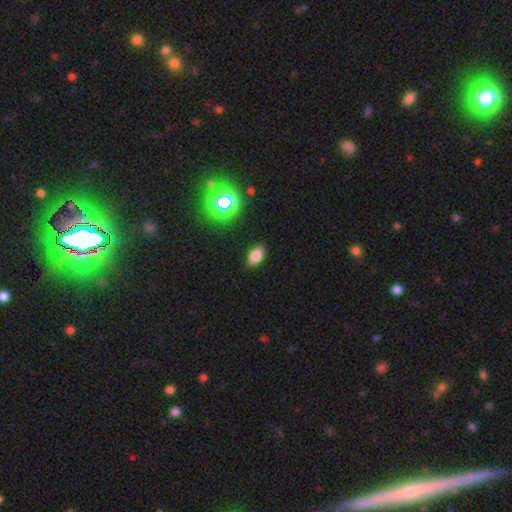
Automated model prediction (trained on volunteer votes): Smooth or featured? Predicted: smooth (p=0.78). How rounded? Predicted: in between (p=0.90). Merging? Predicted: none (p=0.85).